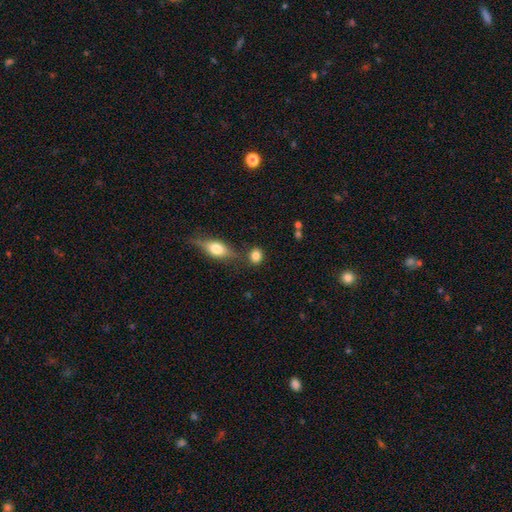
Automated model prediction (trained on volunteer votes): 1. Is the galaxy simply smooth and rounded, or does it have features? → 84% smooth, 9% star or artifact, 7% featured or disk.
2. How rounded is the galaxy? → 57% round, 40% in between, 3% cigar-shaped.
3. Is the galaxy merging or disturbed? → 72% none, 12% minor disturbance, 12% merger, 4% major disturbance.